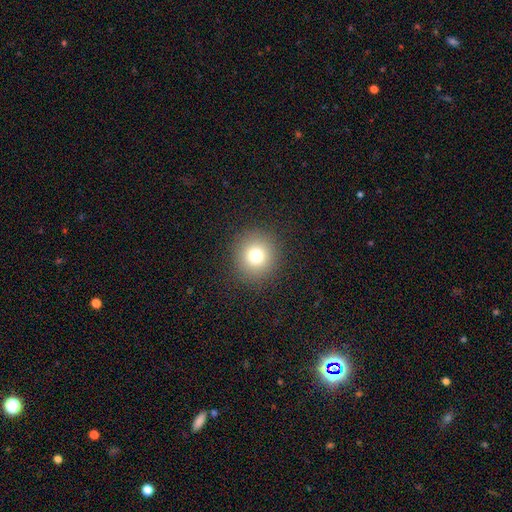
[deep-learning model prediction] Smooth or featured? Predicted: smooth (p=0.77). How rounded? Predicted: round (p=0.93). Merging? Predicted: none (p=0.91).